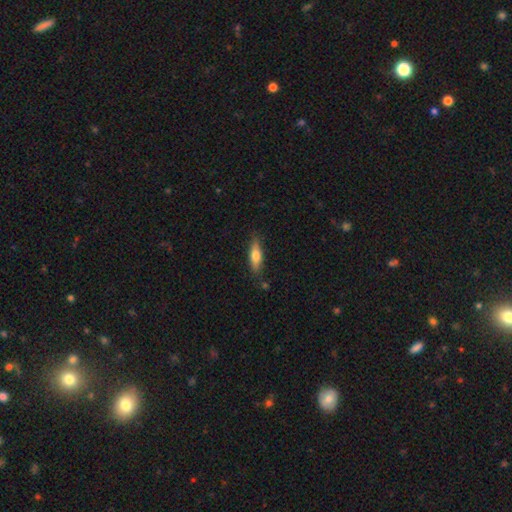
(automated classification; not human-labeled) Q: Smooth or featured?
A: smooth (63%); runner-up: featured or disk (31%)
Q: How rounded?
A: cigar-shaped (56%); runner-up: in between (42%)
Q: Merging?
A: none (82%); runner-up: minor disturbance (14%)